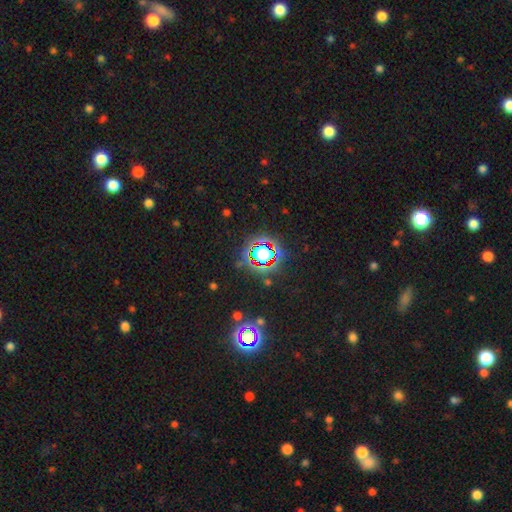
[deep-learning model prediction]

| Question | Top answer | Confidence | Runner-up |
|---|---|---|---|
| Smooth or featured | star or artifact | 80% | smooth (13%) |